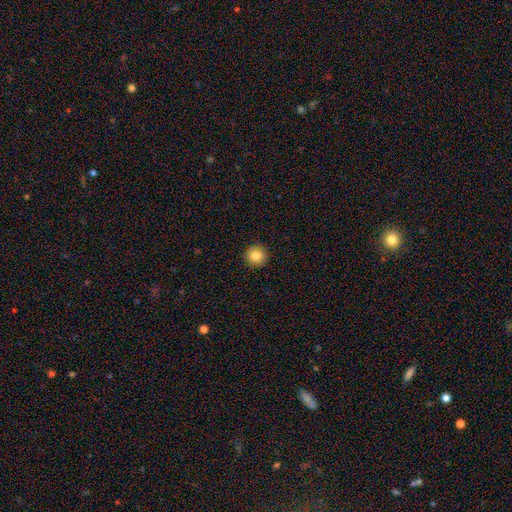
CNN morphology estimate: Smooth or featured?
  - smooth: 83% *
  - star or artifact: 10%
  - featured or disk: 7%
How rounded?
  - round: 96% *
  - in between: 3%
  - cigar-shaped: 1%
Merging?
  - none: 93% *
  - minor disturbance: 5%
  - major disturbance: 2%
  - merger: 1%